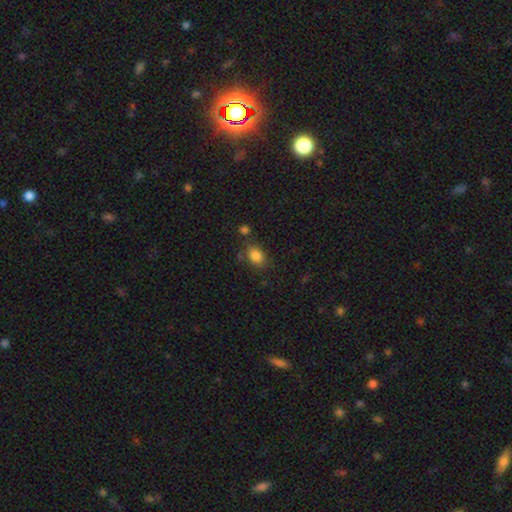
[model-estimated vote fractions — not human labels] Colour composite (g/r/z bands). It shows a smooth galaxy with no disk features (84%) that is in between round and cigar-shaped (67%). Merging: none (73%).